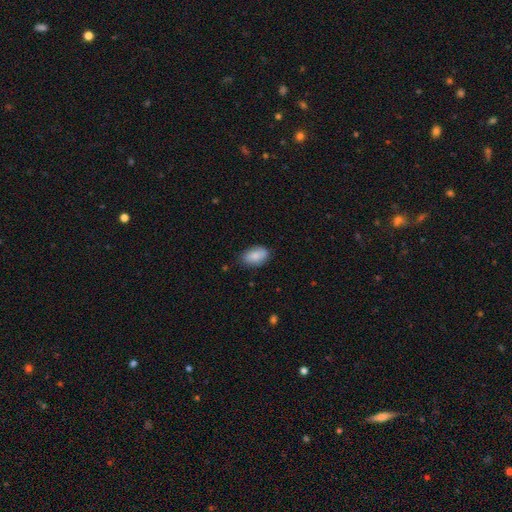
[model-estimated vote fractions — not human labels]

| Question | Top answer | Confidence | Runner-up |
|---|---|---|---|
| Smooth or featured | smooth | 78% | featured or disk (15%) |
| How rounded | in between | 92% | round (7%) |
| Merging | none | 77% | minor disturbance (18%) |